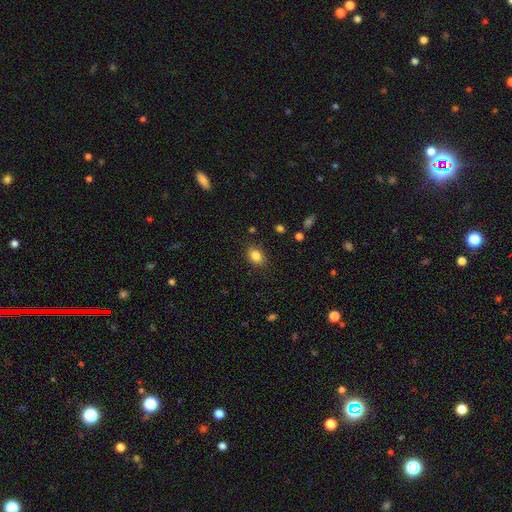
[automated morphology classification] smooth_or_featured: smooth (p=0.85) [alt: star or artifact p=0.10]
how_rounded: in between (p=0.70) [alt: round p=0.29]
merging: none (p=0.85) [alt: minor disturbance p=0.11]